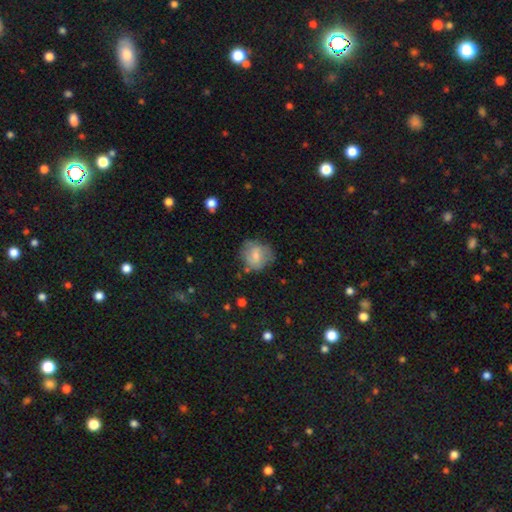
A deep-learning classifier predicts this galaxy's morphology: A smooth galaxy with no disk features (62%) that is round (73%).

Vote fractions:
- Smooth or featured? smooth: 62% / featured or disk: 29% / star or artifact: 8%
- How rounded? round: 73% / in between: 26% / cigar-shaped: 1%
- Merging? none: 64% / minor disturbance: 25% / major disturbance: 9% / merger: 2%